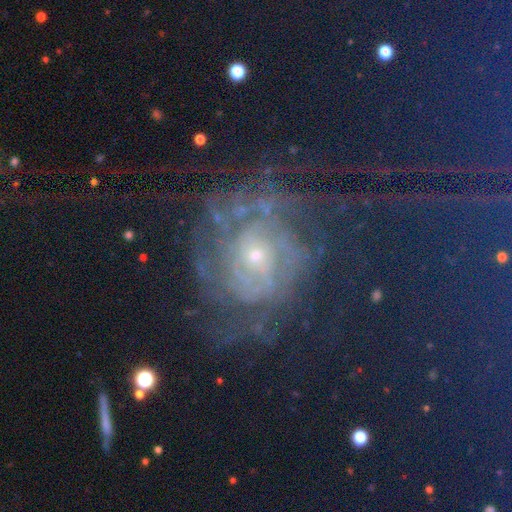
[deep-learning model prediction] Smooth or featured? featured or disk (52%)
Edge-on disk? no (92%)
Merging? none (69%)